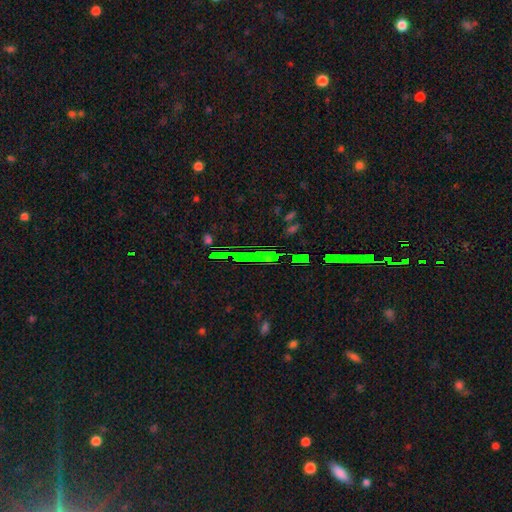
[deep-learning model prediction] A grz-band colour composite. It shows a star or artifact, not a galaxy (63%).